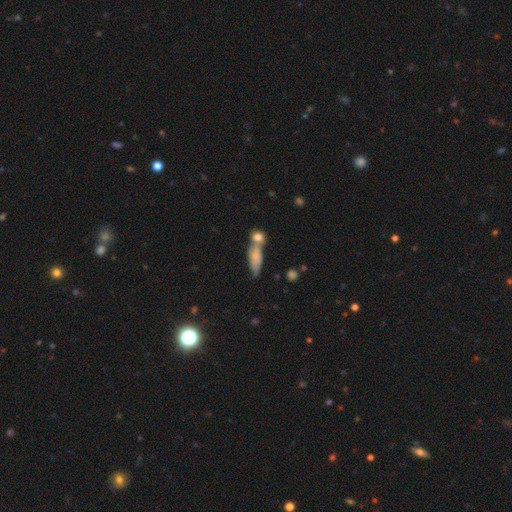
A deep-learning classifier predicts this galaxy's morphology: Smooth or featured? Predicted: smooth (p=0.68). How rounded? Predicted: in between (p=0.50). Merging? Predicted: none (p=0.44).